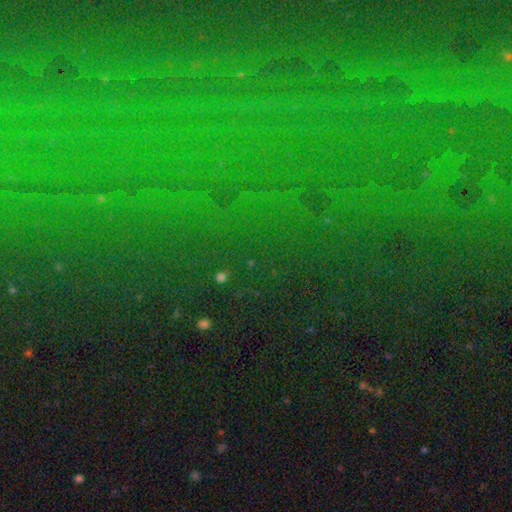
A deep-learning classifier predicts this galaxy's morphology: Smooth or featured?
  - star or artifact: 81% *
  - smooth: 11%
  - featured or disk: 8%